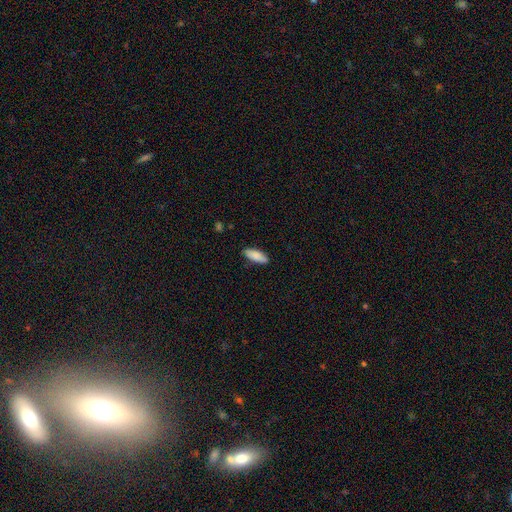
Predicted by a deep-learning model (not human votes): smooth 87%, featured or disk 7%, star or artifact 6%. Down the decision tree: how rounded — in between (69%); merging — none (86%).